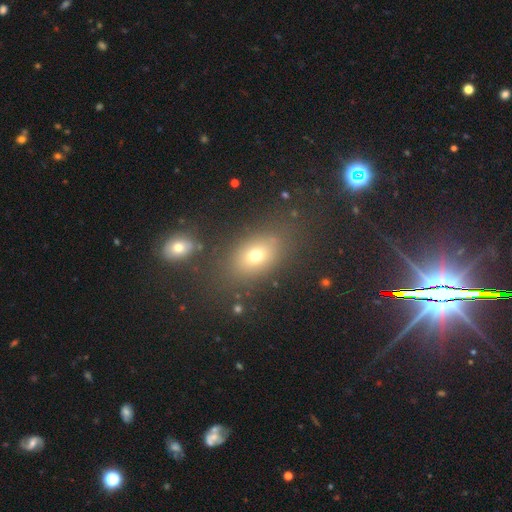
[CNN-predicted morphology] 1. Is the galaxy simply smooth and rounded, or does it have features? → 69% smooth, 16% star or artifact, 15% featured or disk.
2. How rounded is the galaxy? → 72% in between, 25% round, 3% cigar-shaped.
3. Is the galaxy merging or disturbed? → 76% none, 12% minor disturbance, 6% major disturbance, 6% merger.